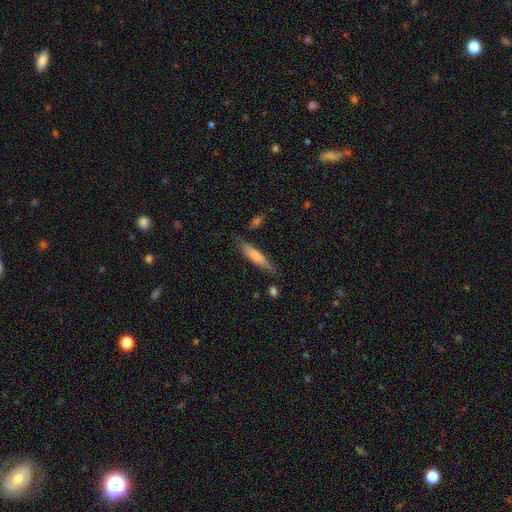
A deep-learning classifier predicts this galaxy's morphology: This is likely a smooth galaxy (74%). How rounded: likely cigar-shaped (79%). Merging: likely none (73%).